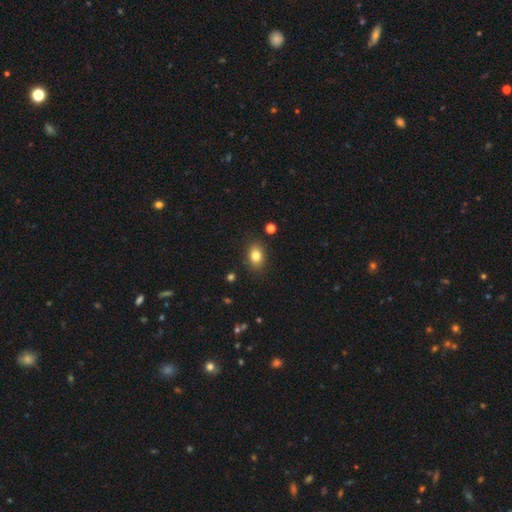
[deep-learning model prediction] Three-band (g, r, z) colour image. It shows a smooth galaxy with no disk features (82%) that is in between round and cigar-shaped (73%). Merging: none (85%).